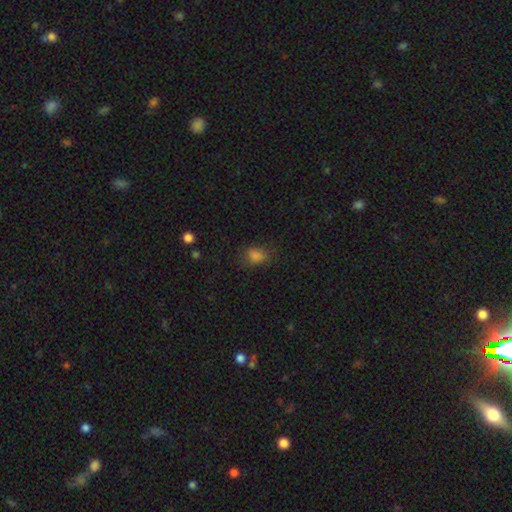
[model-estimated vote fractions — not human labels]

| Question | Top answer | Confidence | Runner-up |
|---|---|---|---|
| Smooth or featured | smooth | 78% | star or artifact (16%) |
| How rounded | in between | 62% | round (36%) |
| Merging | none | 71% | minor disturbance (20%) |